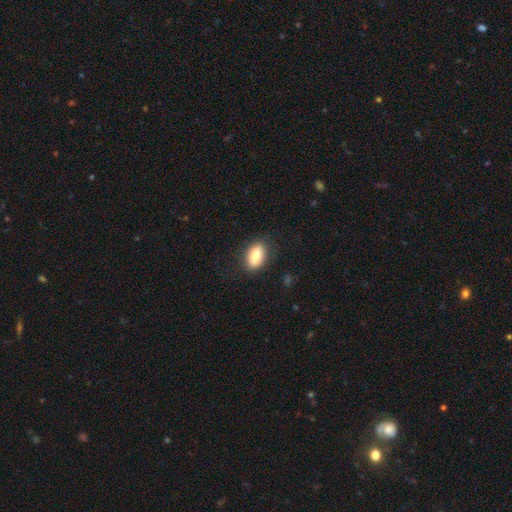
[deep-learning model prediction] smooth 80%, featured or disk 13%, star or artifact 7%. Down the decision tree: how rounded — in between (87%); merging — none (84%).